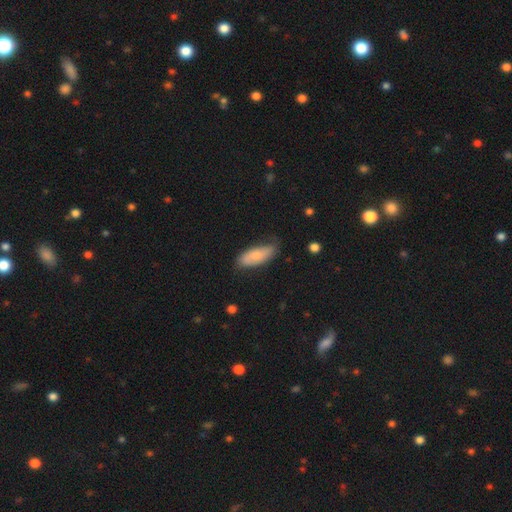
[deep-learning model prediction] Smooth or featured? smooth (68%)
How rounded? in between (79%)
Merging? none (64%)